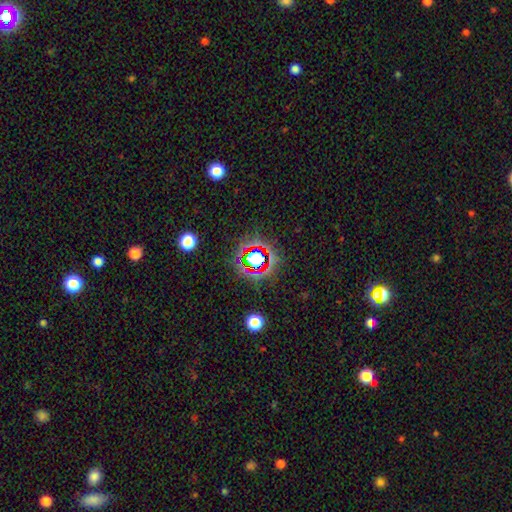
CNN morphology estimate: The model was most divided on "smooth or featured": star or artifact: 68%, smooth: 21%, featured or disk: 11%.